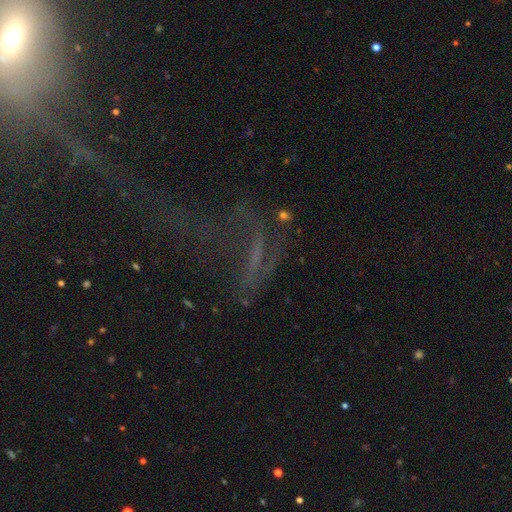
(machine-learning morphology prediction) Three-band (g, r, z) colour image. It shows a featured or disk galaxy (43%). Merging: major disturbance (45%).